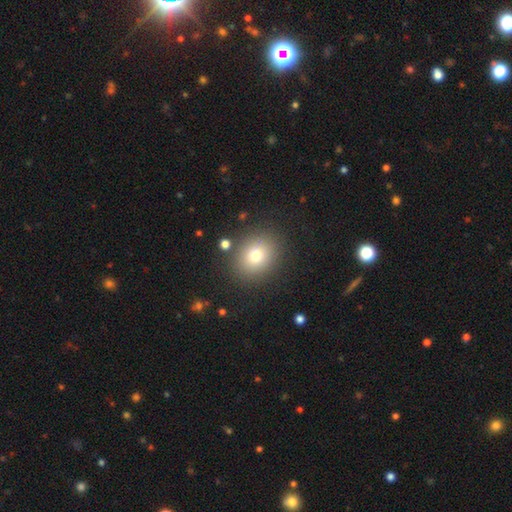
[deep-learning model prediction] This appears to be a smooth galaxy with no disk features (76%) that is round (66%). Merging: none (86%).